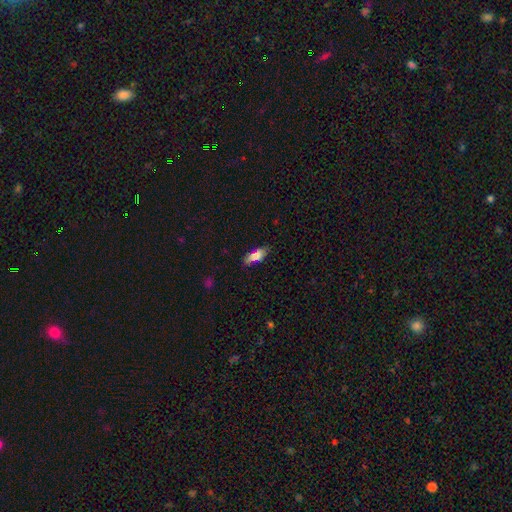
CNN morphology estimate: smooth_or_featured: smooth (p=0.76) [alt: featured or disk p=0.14]
how_rounded: in between (p=0.71) [alt: cigar-shaped p=0.27]
merging: none (p=0.72) [alt: minor disturbance p=0.21]